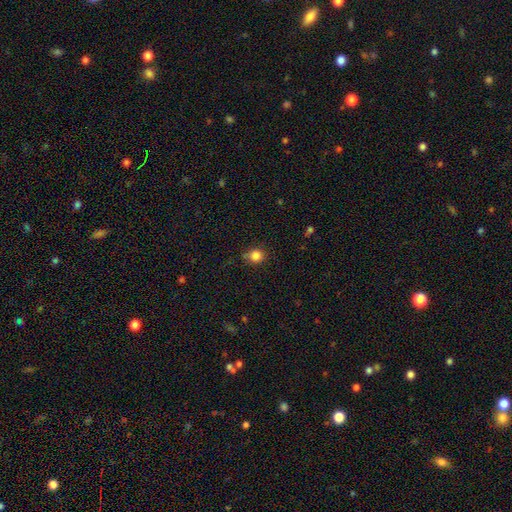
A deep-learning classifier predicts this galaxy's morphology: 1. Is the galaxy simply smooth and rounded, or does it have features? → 84% smooth, 11% star or artifact, 4% featured or disk.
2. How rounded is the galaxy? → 82% round, 17% in between, 1% cigar-shaped.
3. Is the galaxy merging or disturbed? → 77% none, 17% minor disturbance, 4% major disturbance, 2% merger.